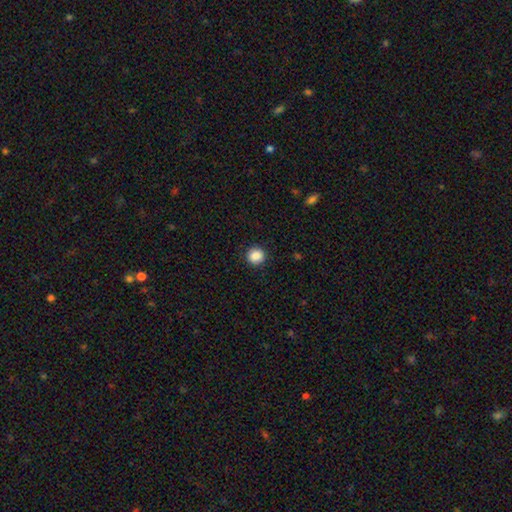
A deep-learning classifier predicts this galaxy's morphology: This is clearly a smooth galaxy (87%). How rounded: clearly round (91%). Merging: clearly none (91%).